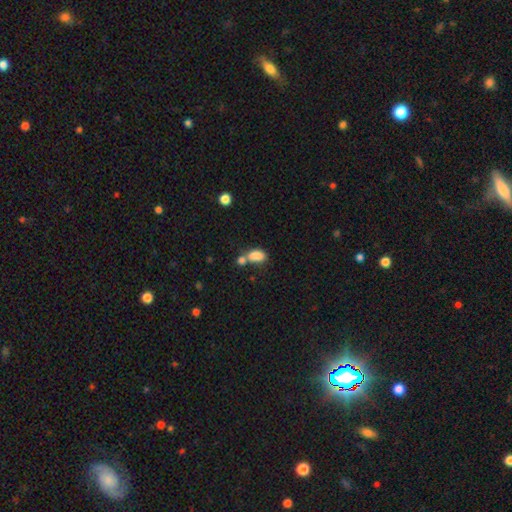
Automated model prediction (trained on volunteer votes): A smooth galaxy with no disk features (83%) that is in between round and cigar-shaped (86%). Merging: merger (47%).